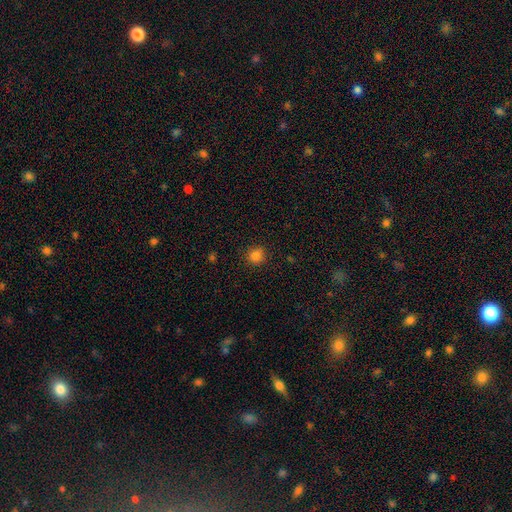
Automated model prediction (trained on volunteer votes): Smooth or featured? smooth (83%)
How rounded? round (88%)
Merging? none (89%)